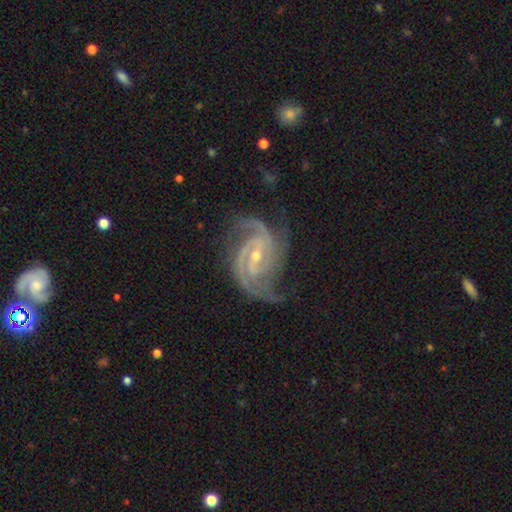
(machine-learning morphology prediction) Smooth or featured? featured or disk (93%)
Edge-on disk? no (97%)
Bar? weak (45%)
Spiral arms? yes (99%)
Spiral winding? medium (47%)
Spiral arm count? 3 (42%)
Bulge size? small (60%)
Merging? none (67%)